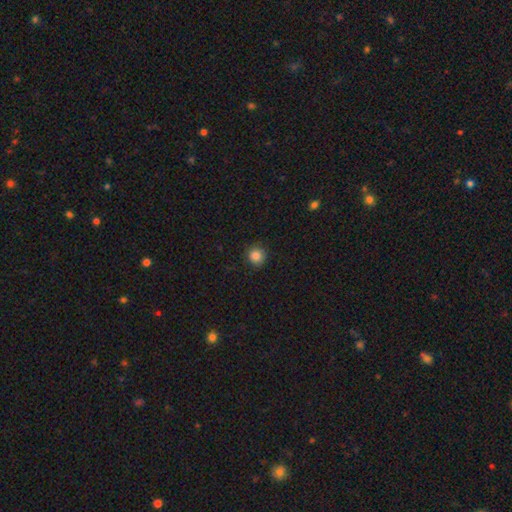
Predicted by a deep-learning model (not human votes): This appears to be a smooth galaxy with no disk features (85%) that is round (93%). Merging: none (90%).